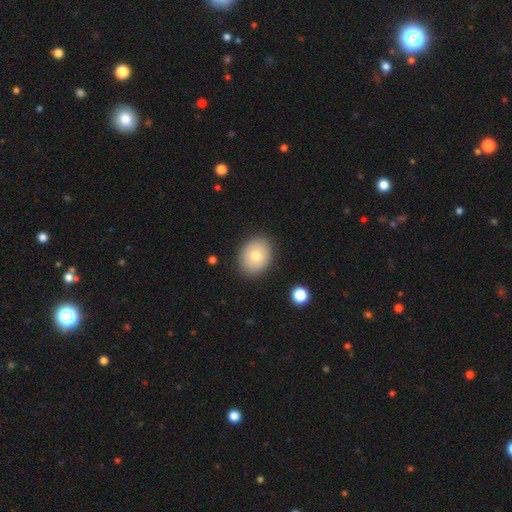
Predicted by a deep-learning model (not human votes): This appears to be a smooth galaxy with no disk features (76%) that is in between round and cigar-shaped (53%). Merging: none (88%).